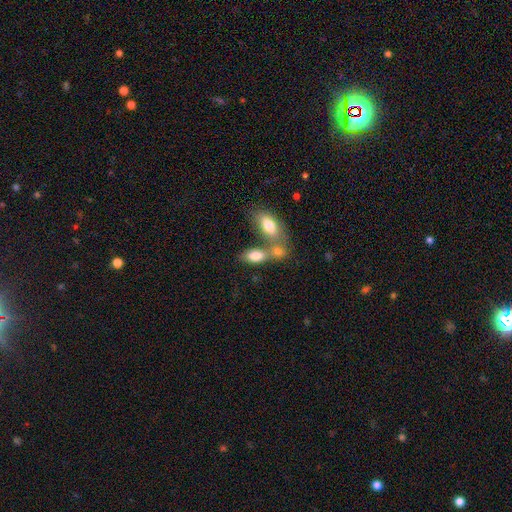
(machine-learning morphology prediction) A smooth galaxy with no disk features (80%) that is in between round and cigar-shaped (89%).

Vote fractions:
- Smooth or featured? smooth: 80% / featured or disk: 12% / star or artifact: 8%
- How rounded? in between: 89% / round: 6% / cigar-shaped: 5%
- Merging? merger: 54% / none: 31% / minor disturbance: 10% / major disturbance: 5%